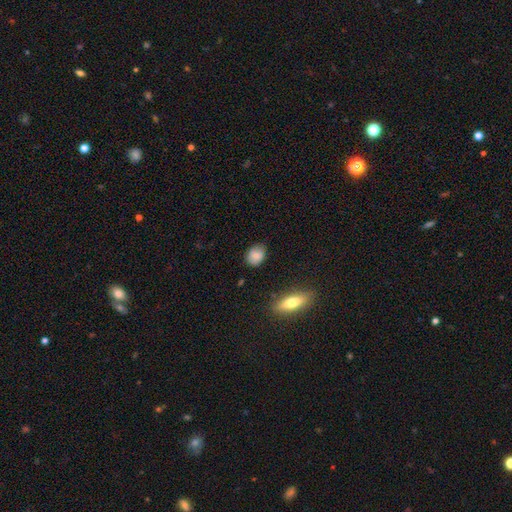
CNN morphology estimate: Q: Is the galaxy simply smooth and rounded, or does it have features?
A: smooth — 83%.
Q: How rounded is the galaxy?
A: in between — 71%.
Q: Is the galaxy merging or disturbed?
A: none — 77%.